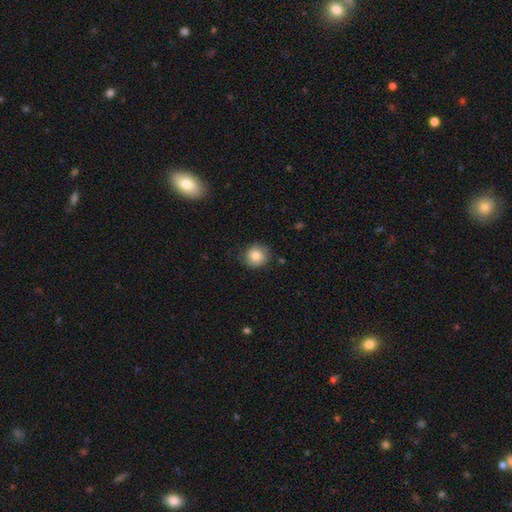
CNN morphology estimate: smooth_or_featured: smooth (p=0.83) [alt: star or artifact p=0.09]
how_rounded: round (p=0.87) [alt: in between p=0.12]
merging: none (p=0.79) [alt: minor disturbance p=0.16]